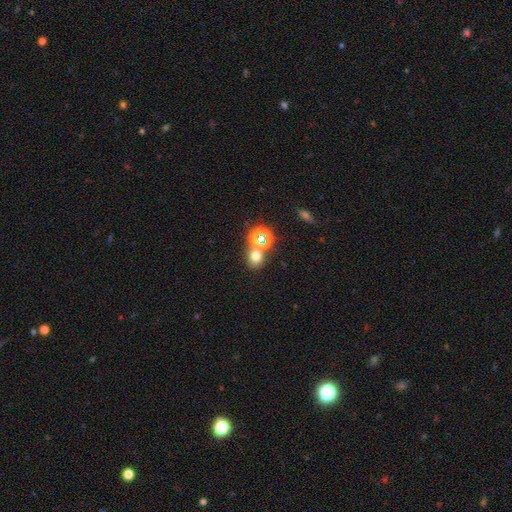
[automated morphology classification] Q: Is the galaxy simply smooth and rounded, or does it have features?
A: smooth — 63%.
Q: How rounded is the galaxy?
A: round — 71%.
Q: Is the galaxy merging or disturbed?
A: none — 61%.